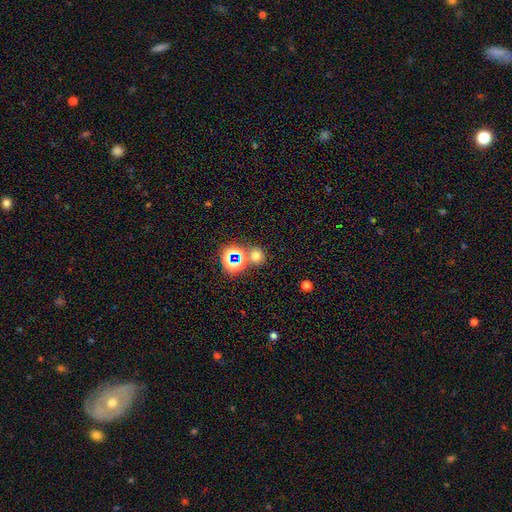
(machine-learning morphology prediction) A smooth galaxy with no disk features (60%) that is round (82%). Merging: none (69%).